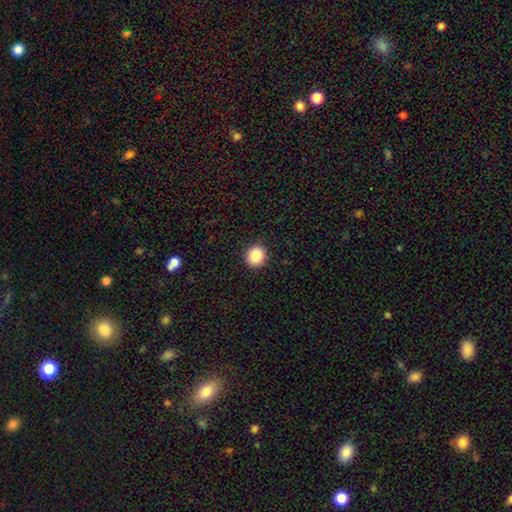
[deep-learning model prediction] Smooth or featured? smooth (87%)
How rounded? round (82%)
Merging? none (91%)